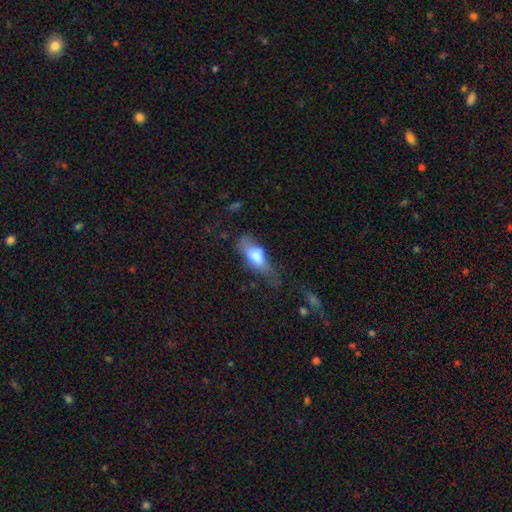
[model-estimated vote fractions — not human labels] Smooth or featured: smooth — 72% (featured or disk — 21%)
How rounded: in between — 79% (cigar-shaped — 18%)
Merging: minor disturbance — 36% (none — 32%)